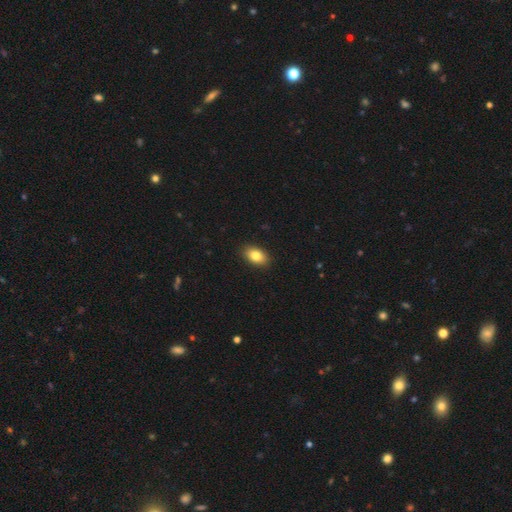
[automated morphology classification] smooth-or-featured: smooth: 83% | featured or disk: 9% | star or artifact: 8%
  how-rounded: in between: 90% | round: 9% | cigar-shaped: 2%
  merging: none: 89% | minor disturbance: 8% | major disturbance: 2% | merger: 1%